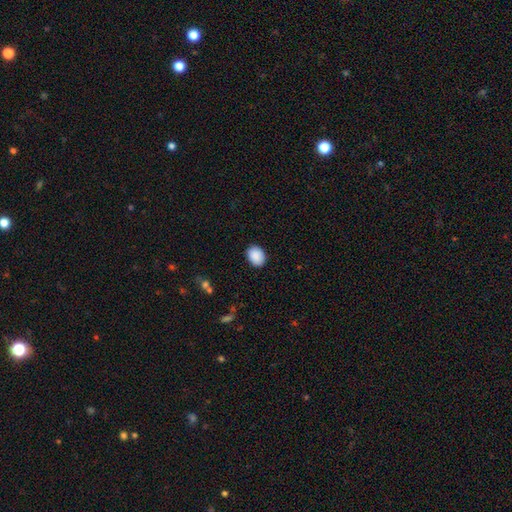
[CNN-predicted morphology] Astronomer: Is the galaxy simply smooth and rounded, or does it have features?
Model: smooth — 90%.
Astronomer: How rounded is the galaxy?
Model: in between — 66%.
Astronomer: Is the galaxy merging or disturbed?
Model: none — 87%.